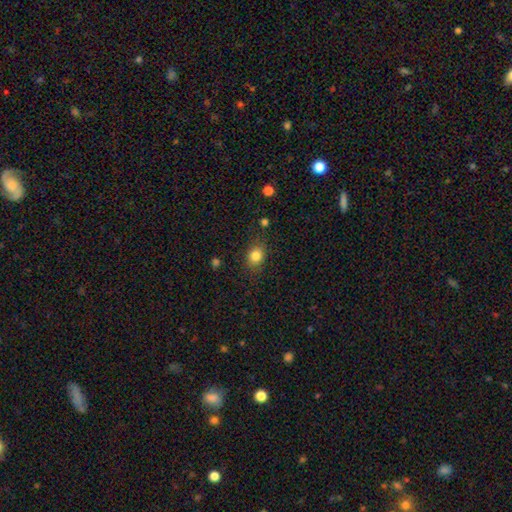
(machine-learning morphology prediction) A smooth galaxy with no disk features (82%) that is round (54%). Merging: none (82%).